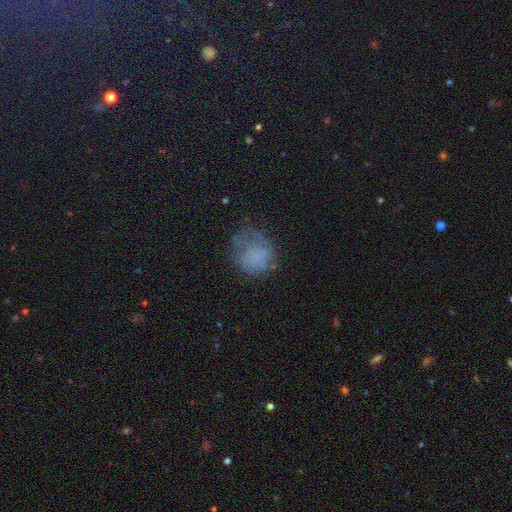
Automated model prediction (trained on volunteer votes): A smooth galaxy with no disk features (59%) that is round (75%). Merging: none (50%).